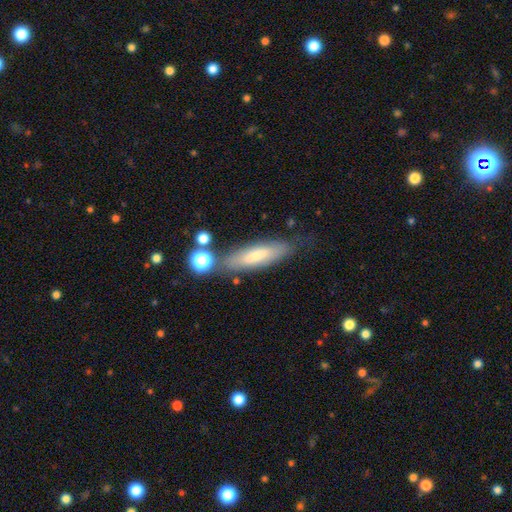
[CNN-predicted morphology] Smooth or featured? Predicted: smooth (p=0.60). How rounded? Predicted: cigar-shaped (p=0.69). Merging? Predicted: none (p=0.71).